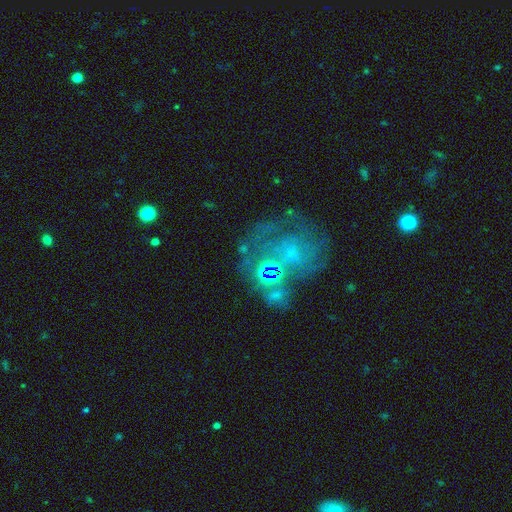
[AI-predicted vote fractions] A featured or disk galaxy (63%) with no bar (77%), spiral arms (54%) and a small central bulge (52%). Merging: merger (36%).